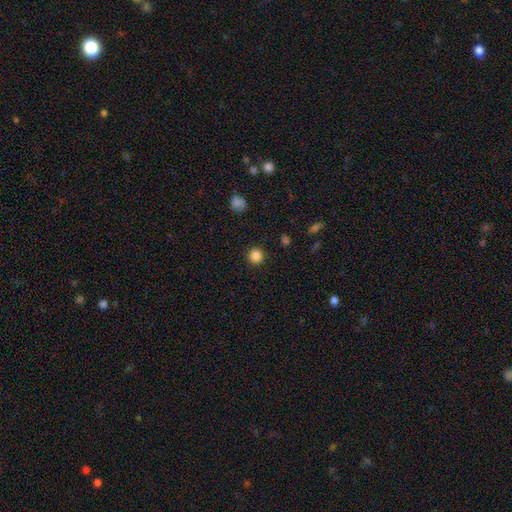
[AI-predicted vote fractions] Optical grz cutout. It shows a smooth galaxy with no disk features (85%) that is round (94%). Merging: none (91%).